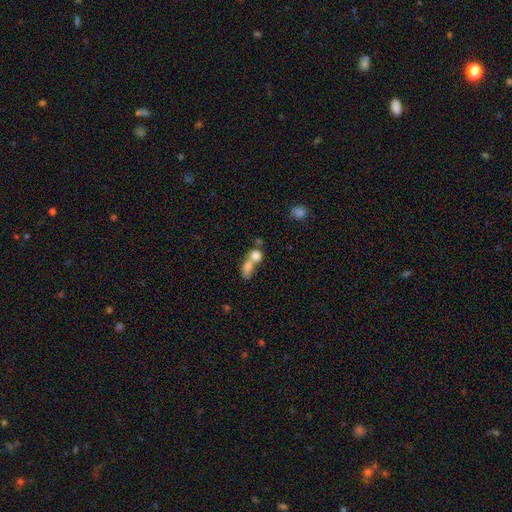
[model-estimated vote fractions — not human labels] smooth_or_featured: smooth (p=0.73) [alt: featured or disk p=0.16]
how_rounded: round (p=0.50) [alt: in between p=0.44]
merging: merger (p=0.70) [alt: none p=0.18]